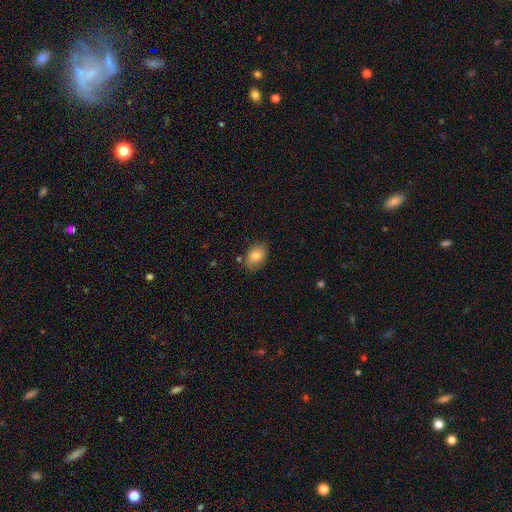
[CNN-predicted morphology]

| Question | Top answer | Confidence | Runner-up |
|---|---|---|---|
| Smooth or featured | smooth | 80% | featured or disk (12%) |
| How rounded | in between | 81% | round (18%) |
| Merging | none | 77% | minor disturbance (18%) |